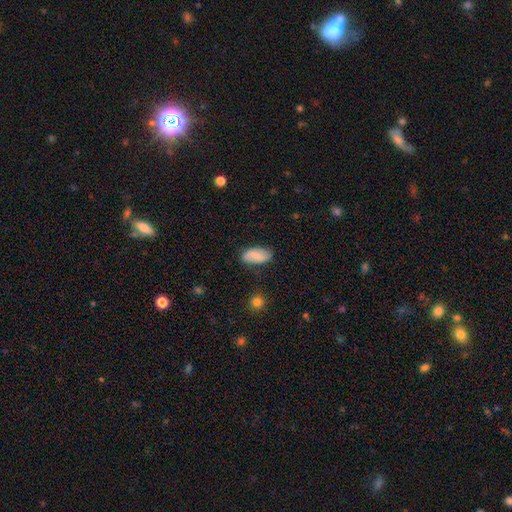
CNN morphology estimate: A smooth galaxy with no disk features (72%) that is in between round and cigar-shaped (93%). Merging: none (76%).